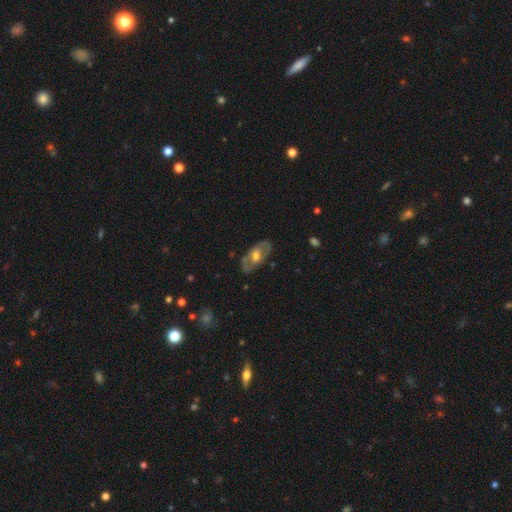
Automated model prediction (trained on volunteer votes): smooth_or_featured: featured or disk (p=0.62) [alt: smooth p=0.33]
disk_edge_on: no (p=0.86) [alt: yes p=0.14]
bar: no (p=0.64) [alt: weak p=0.27]
has_spiral_arms: no (p=0.64) [alt: yes p=0.36]
bulge_size: moderate (p=0.70) [alt: small p=0.16]
merging: none (p=0.79) [alt: minor disturbance p=0.16]